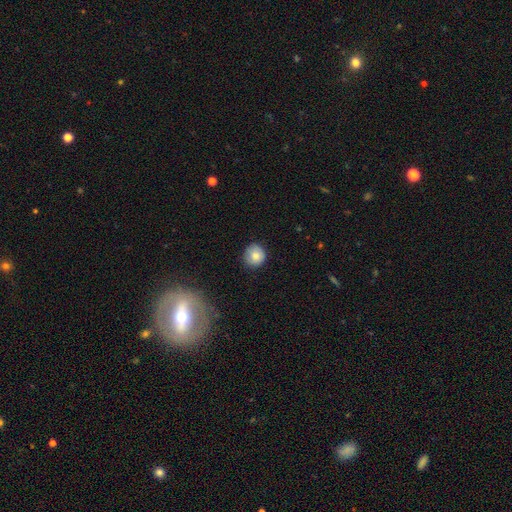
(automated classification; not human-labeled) A smooth galaxy with no disk features (80%) that is round (91%).

Vote fractions:
- Smooth or featured? smooth: 80% / featured or disk: 12% / star or artifact: 9%
- How rounded? round: 91% / in between: 8% / cigar-shaped: 1%
- Merging? none: 82% / minor disturbance: 14% / major disturbance: 3% / merger: 1%